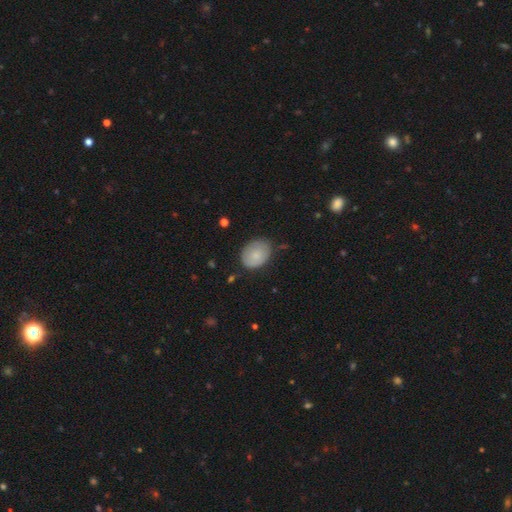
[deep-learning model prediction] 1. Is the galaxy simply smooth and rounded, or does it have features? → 80% smooth, 13% featured or disk, 7% star or artifact.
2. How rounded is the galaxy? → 65% in between, 34% round, 1% cigar-shaped.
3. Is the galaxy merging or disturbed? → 68% none, 25% minor disturbance, 6% major disturbance, 2% merger.